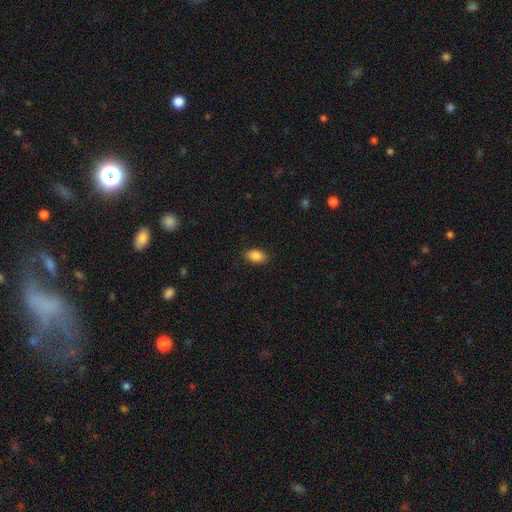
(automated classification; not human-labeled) Overall: smooth (86%). How rounded: in between (89%). Merging: none (87%).